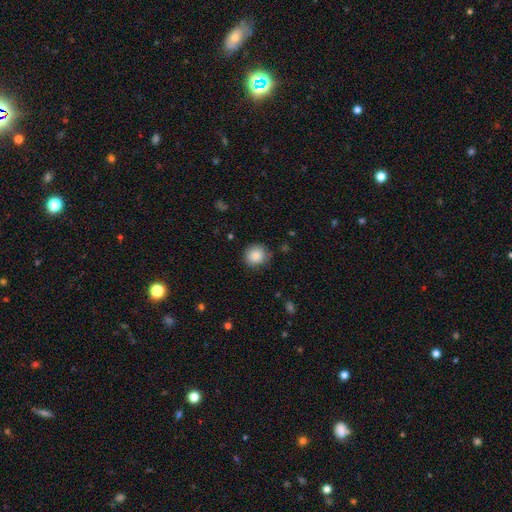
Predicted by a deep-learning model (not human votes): A smooth galaxy with no disk features (86%) that is round (89%). Merging: none (83%).